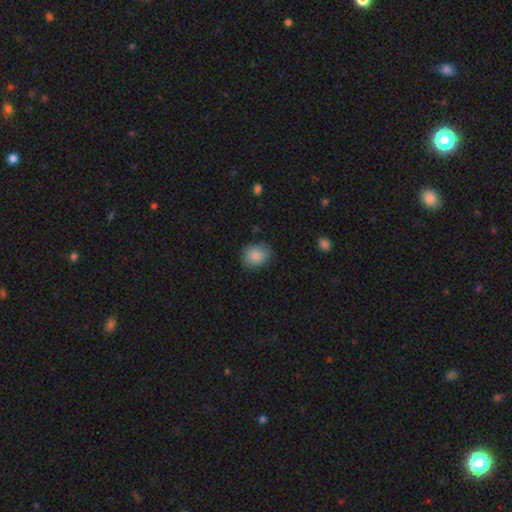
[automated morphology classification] smooth_or_featured: smooth (p=0.87) [alt: star or artifact p=0.08]
how_rounded: round (p=0.55) [alt: in between p=0.44]
merging: none (p=0.77) [alt: minor disturbance p=0.18]